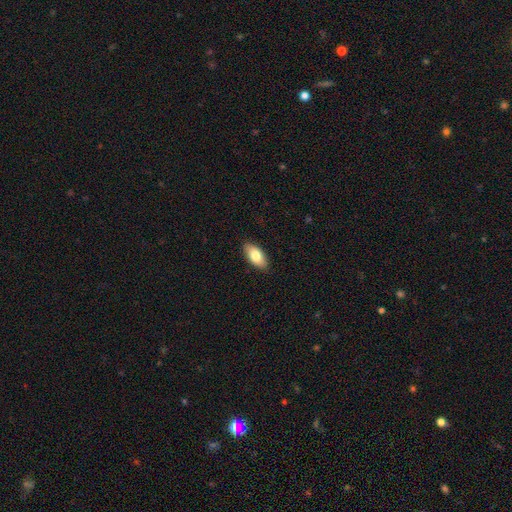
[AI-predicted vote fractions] Morphology: type=smooth (80%); roundness=in between (91%); merging=none (89%).